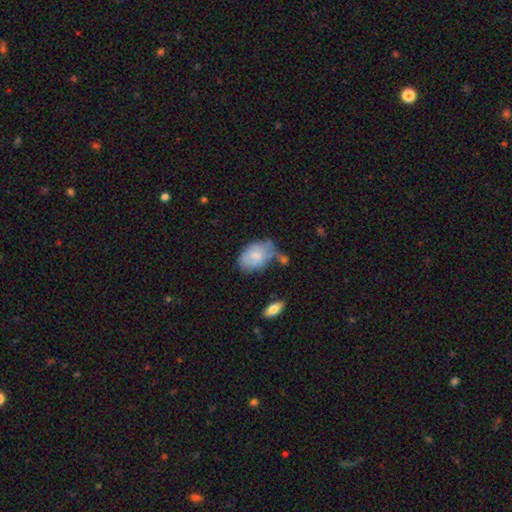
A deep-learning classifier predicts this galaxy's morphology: A smooth galaxy with no disk features (73%) that is in between round and cigar-shaped (87%).

Vote fractions:
- Smooth or featured? smooth: 73% / featured or disk: 21% / star or artifact: 7%
- How rounded? in between: 87% / round: 12% / cigar-shaped: 1%
- Merging? none: 41% / minor disturbance: 33% / merger: 13% / major disturbance: 13%